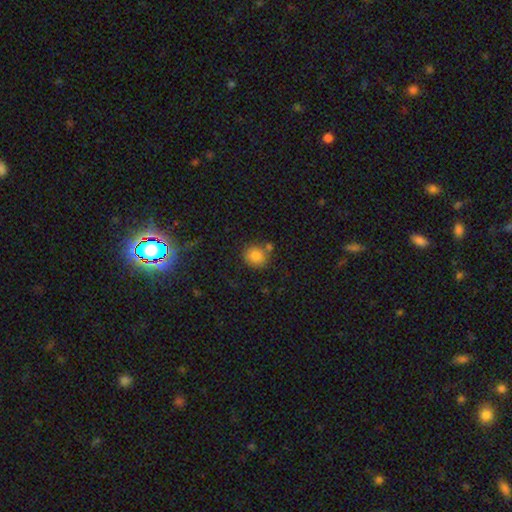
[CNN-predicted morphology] Smooth or featured? Predicted: smooth (p=0.84). How rounded? Predicted: round (p=0.79). Merging? Predicted: none (p=0.71).